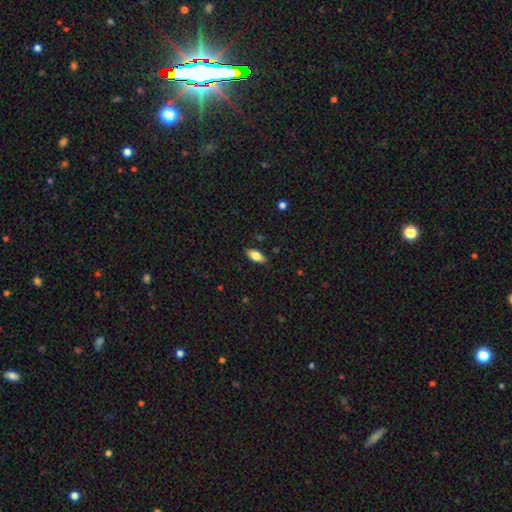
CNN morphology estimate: A smooth galaxy with no disk features (77%) that is in between round and cigar-shaped (84%).

Vote fractions:
- Smooth or featured? smooth: 77% / featured or disk: 16% / star or artifact: 7%
- How rounded? in between: 84% / cigar-shaped: 14% / round: 3%
- Merging? none: 87% / minor disturbance: 10% / major disturbance: 2% / merger: 1%